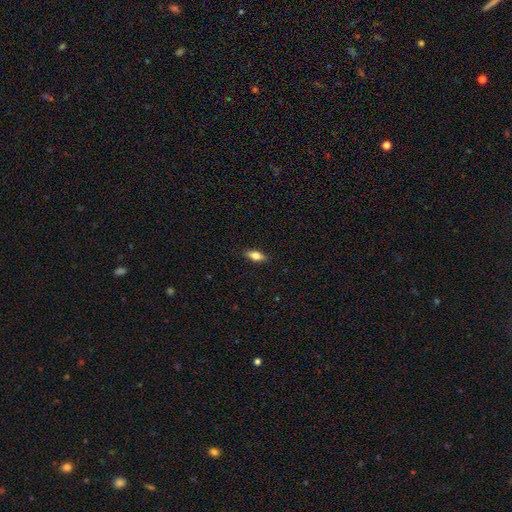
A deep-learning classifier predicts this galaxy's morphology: Q: Smooth or featured?
A: smooth (66%); runner-up: featured or disk (27%)
Q: How rounded?
A: in between (73%); runner-up: cigar-shaped (23%)
Q: Merging?
A: none (88%); runner-up: minor disturbance (9%)